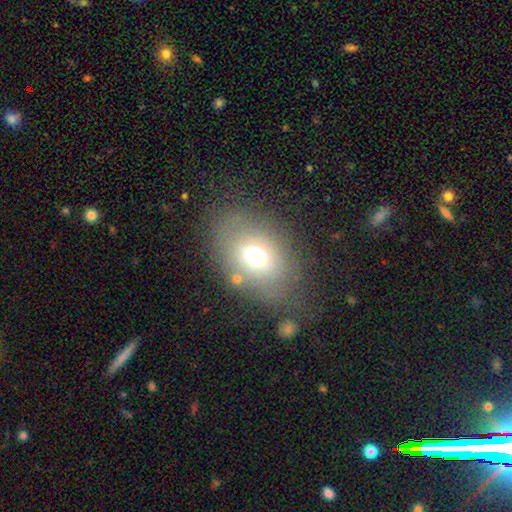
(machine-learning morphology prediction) Overall: smooth (65%). How rounded: in between (78%). Merging: none (66%).